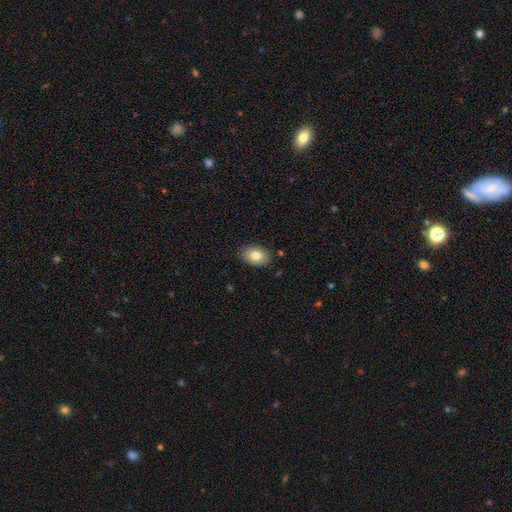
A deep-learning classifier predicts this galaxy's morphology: A smooth galaxy with no disk features (79%) that is in between round and cigar-shaped (87%). Merging: none (85%).